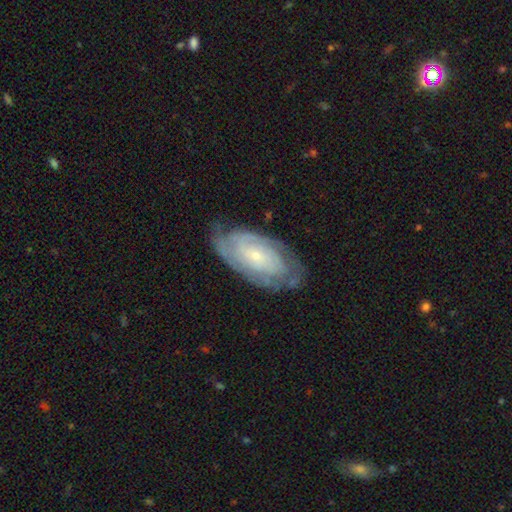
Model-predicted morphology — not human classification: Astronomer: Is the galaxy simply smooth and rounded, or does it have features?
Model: featured or disk — 76%.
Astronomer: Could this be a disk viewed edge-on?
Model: no — 94%.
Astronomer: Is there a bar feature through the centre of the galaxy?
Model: no — 75%.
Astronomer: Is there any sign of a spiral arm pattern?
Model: yes — 85%.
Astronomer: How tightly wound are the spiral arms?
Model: tight — 71%.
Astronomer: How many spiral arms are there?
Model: can't tell — 52%.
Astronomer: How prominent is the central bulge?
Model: small — 78%.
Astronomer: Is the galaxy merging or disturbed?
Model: none — 69%.